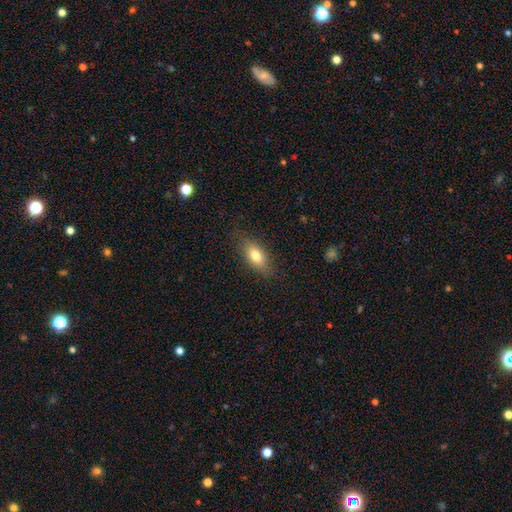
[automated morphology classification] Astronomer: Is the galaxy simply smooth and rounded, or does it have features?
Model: smooth — 75%.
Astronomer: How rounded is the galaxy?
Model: in between — 81%.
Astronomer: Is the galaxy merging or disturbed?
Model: none — 82%.